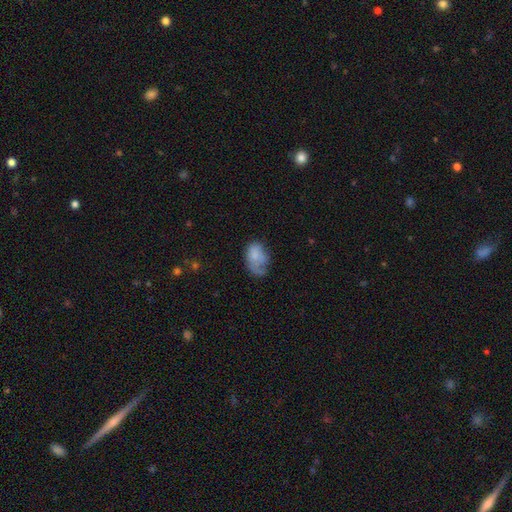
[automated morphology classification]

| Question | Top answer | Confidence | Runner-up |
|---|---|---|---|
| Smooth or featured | smooth | 69% | featured or disk (23%) |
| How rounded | in between | 87% | round (11%) |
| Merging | none | 34% | minor disturbance (33%) |